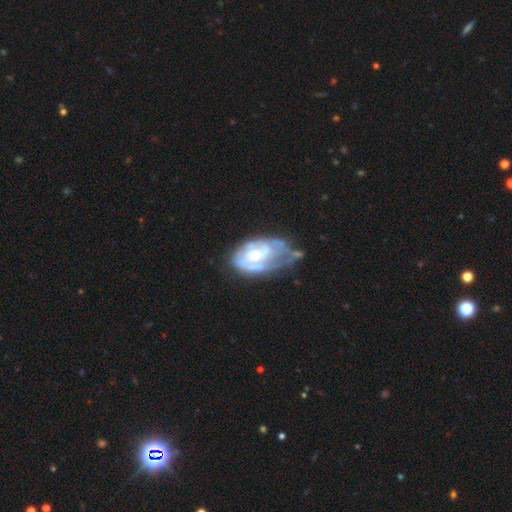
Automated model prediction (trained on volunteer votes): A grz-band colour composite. It shows a featured or disk galaxy (75%) with no bar (68%), tight (55%) spiral arms (75%) and a moderate central bulge (51%). Merging: minor disturbance (33%).